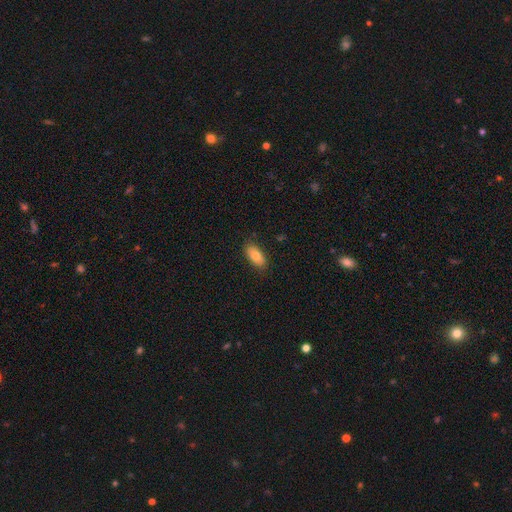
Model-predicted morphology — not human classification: A smooth galaxy with no disk features (82%) that is in between round and cigar-shaped (88%). Merging: none (87%).